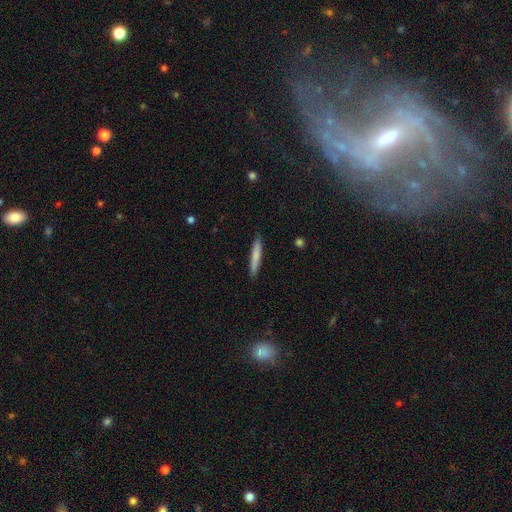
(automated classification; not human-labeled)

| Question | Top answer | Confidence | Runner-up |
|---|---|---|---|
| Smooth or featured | smooth | 75% | featured or disk (20%) |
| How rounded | cigar-shaped | 94% | in between (5%) |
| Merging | none | 89% | minor disturbance (9%) |